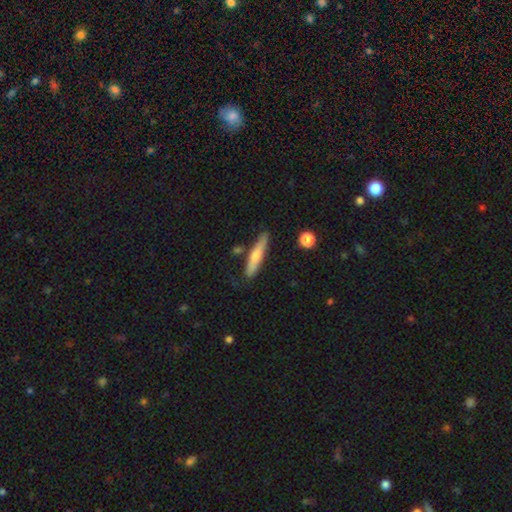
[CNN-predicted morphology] smooth_or_featured: smooth (p=0.57) [alt: featured or disk p=0.37]
how_rounded: cigar-shaped (p=0.88) [alt: in between p=0.10]
merging: none (p=0.81) [alt: minor disturbance p=0.13]